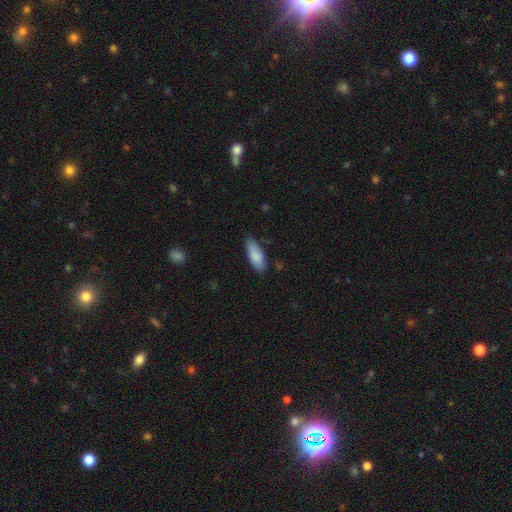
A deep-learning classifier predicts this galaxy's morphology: A smooth galaxy with no disk features (85%) that is in between round and cigar-shaped (72%).

Vote fractions:
- Smooth or featured? smooth: 85% / featured or disk: 9% / star or artifact: 6%
- How rounded? in between: 72% / cigar-shaped: 26% / round: 2%
- Merging? none: 77% / minor disturbance: 19% / major disturbance: 3% / merger: 2%